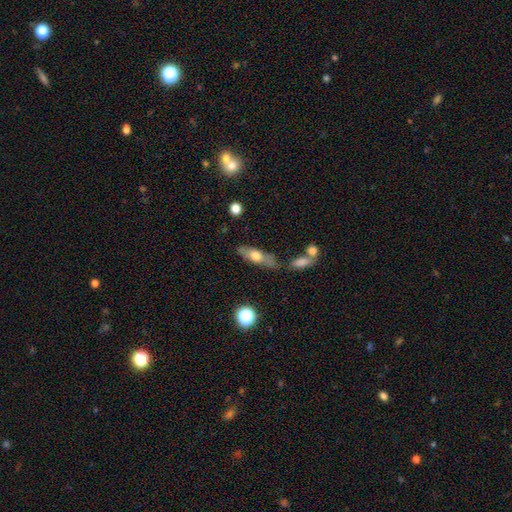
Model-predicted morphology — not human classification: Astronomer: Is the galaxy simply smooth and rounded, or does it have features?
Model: smooth — 56% (runner-up: featured or disk, 36%).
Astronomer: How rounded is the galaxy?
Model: cigar-shaped — 48%, tied with in between at 48%.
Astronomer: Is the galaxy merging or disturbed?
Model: none — 64%.